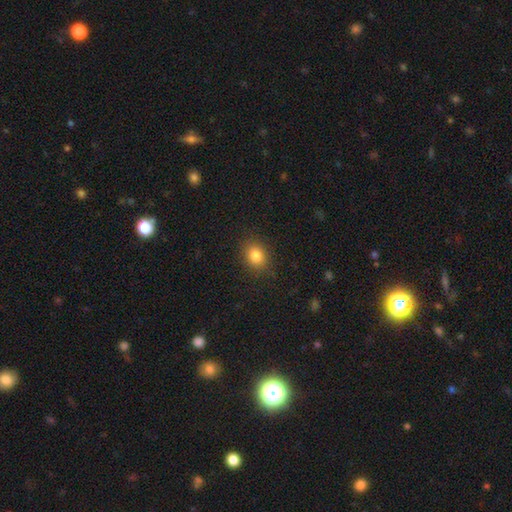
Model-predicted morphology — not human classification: This appears to be a smooth galaxy with no disk features (83%) that is round (57%). Merging: none (87%).